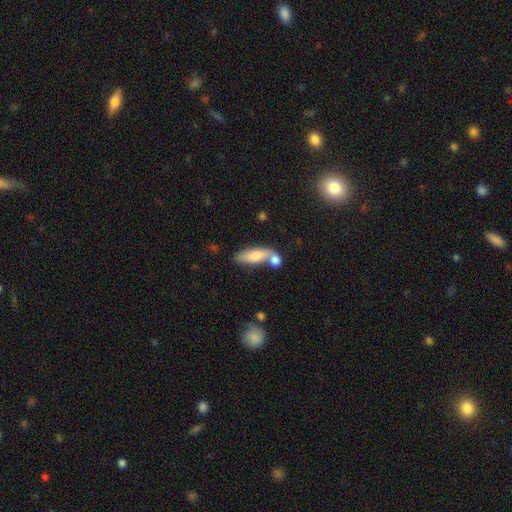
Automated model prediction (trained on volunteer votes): This appears to be a smooth galaxy with no disk features (76%) that is in between round and cigar-shaped (63%). Merging: merger (40%, tied with none).